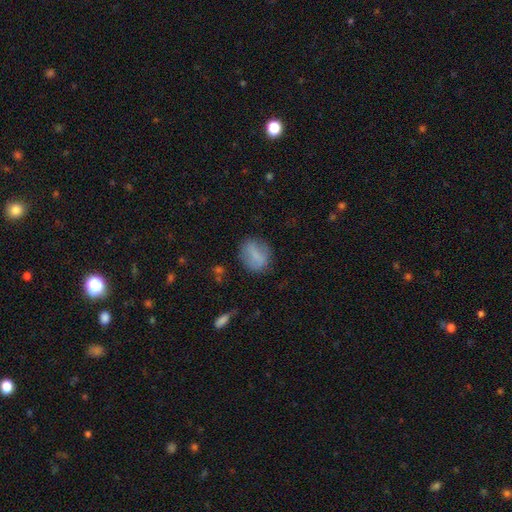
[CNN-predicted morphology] Q: Smooth or featured?
A: smooth (70%); runner-up: featured or disk (21%)
Q: How rounded?
A: in between (54%); runner-up: round (43%)
Q: Merging?
A: none (74%); runner-up: minor disturbance (17%)